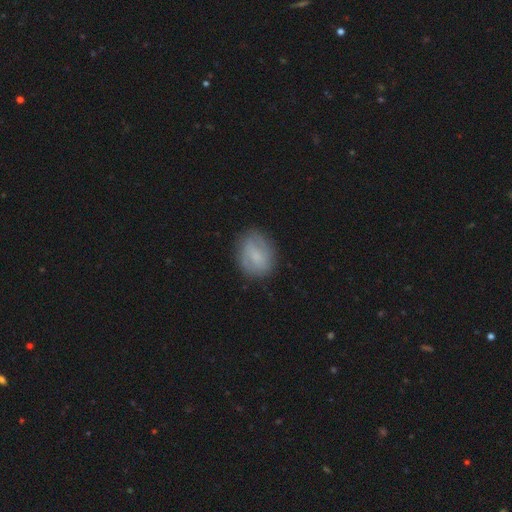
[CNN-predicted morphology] smooth-or-featured: smooth: 55% | featured or disk: 37% | star or artifact: 8%
  how-rounded: in between: 54% | round: 44% | cigar-shaped: 1%
  merging: none: 75% | minor disturbance: 18% | major disturbance: 6% | merger: 1%